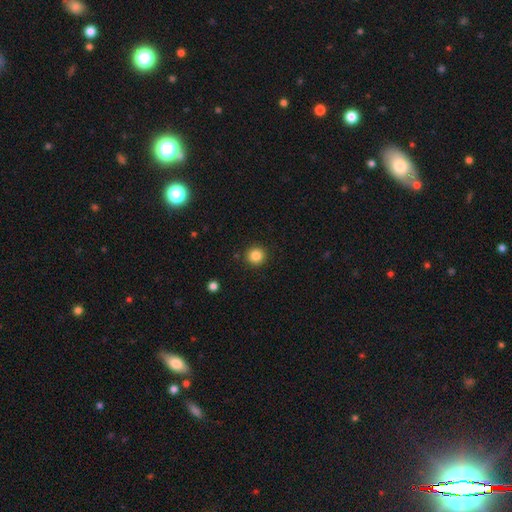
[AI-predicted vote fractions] Smooth or featured? Predicted: smooth (p=0.85). How rounded? Predicted: round (p=0.94). Merging? Predicted: none (p=0.91).